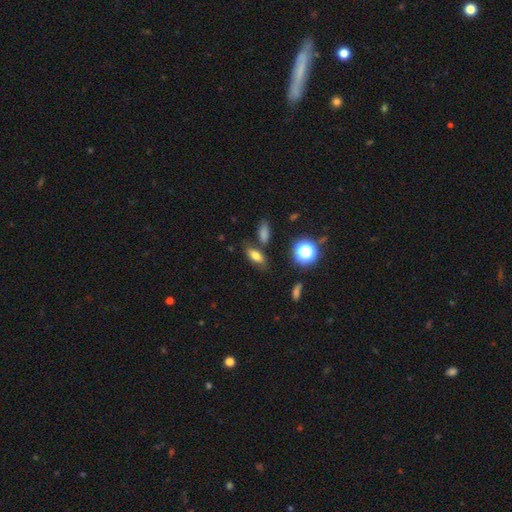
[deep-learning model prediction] smooth 69%, featured or disk 17%, star or artifact 14%. Down the decision tree: how rounded — in between (72%); merging — none (71%).